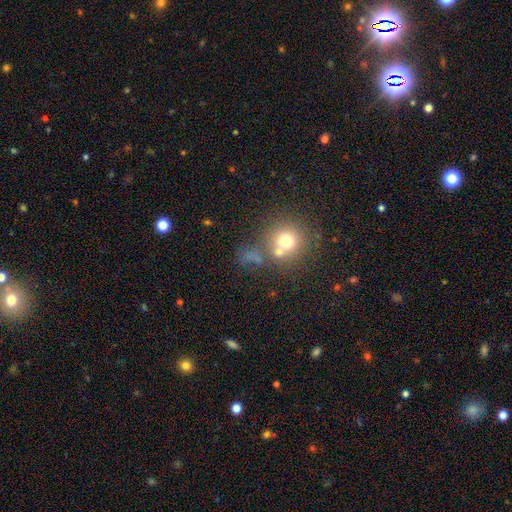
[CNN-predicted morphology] smooth_or_featured: smooth (p=0.59) [alt: star or artifact p=0.27]
how_rounded: round (p=0.85) [alt: in between p=0.13]
merging: none (p=0.55) [alt: merger p=0.30]